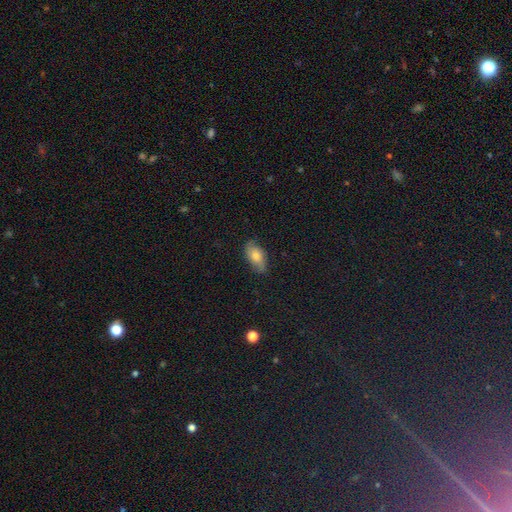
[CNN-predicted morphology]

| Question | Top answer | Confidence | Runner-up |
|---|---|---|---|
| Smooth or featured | smooth | 63% | featured or disk (28%) |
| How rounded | in between | 89% | cigar-shaped (6%) |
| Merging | none | 77% | minor disturbance (18%) |